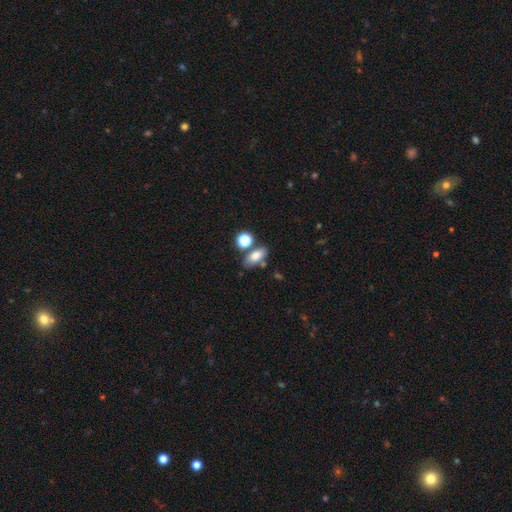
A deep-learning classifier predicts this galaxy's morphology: type=smooth (78%); roundness=in between (82%); merging=none (65%).